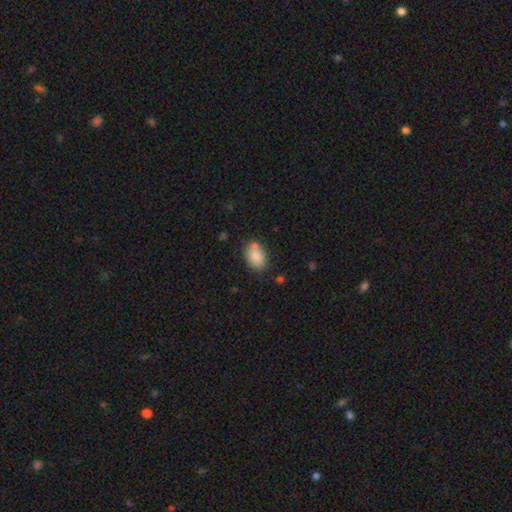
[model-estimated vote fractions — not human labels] smooth_or_featured: smooth (p=0.85) [alt: star or artifact p=0.08]
how_rounded: in between (p=0.83) [alt: round p=0.16]
merging: none (p=0.68) [alt: minor disturbance p=0.18]